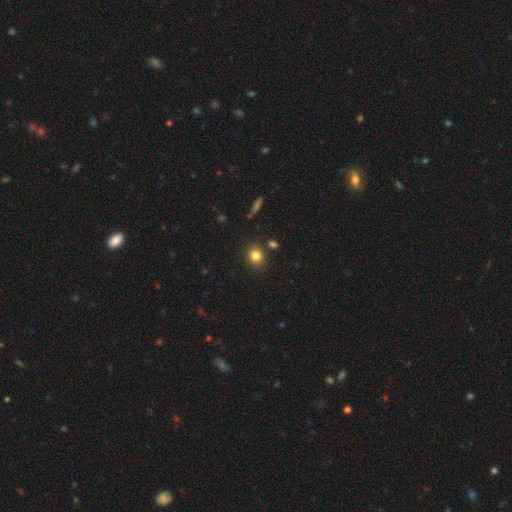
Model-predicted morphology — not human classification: This is clearly a smooth galaxy (82%). How rounded: clearly round (81%). Merging: clearly none (84%).